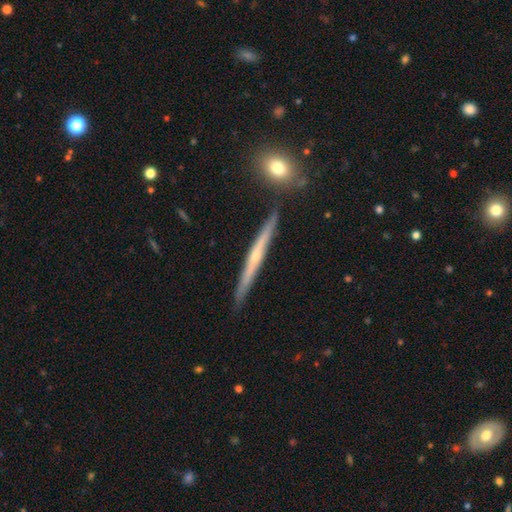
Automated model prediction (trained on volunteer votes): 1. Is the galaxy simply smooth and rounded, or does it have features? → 70% featured or disk, 24% smooth, 6% star or artifact.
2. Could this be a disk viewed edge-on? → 97% yes, 3% no.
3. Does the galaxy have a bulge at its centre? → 53% rounded, 43% none, 4% boxy.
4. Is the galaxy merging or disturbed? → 88% none, 9% minor disturbance, 2% merger, 2% major disturbance.